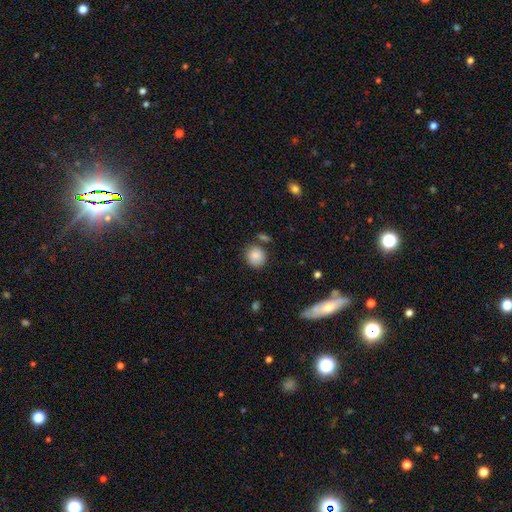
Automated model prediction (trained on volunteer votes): The model was most divided on "merging": none: 77%, minor disturbance: 12%, merger: 7%, major disturbance: 4%. More confident: smooth or featured — smooth (87%); how rounded — round (83%).